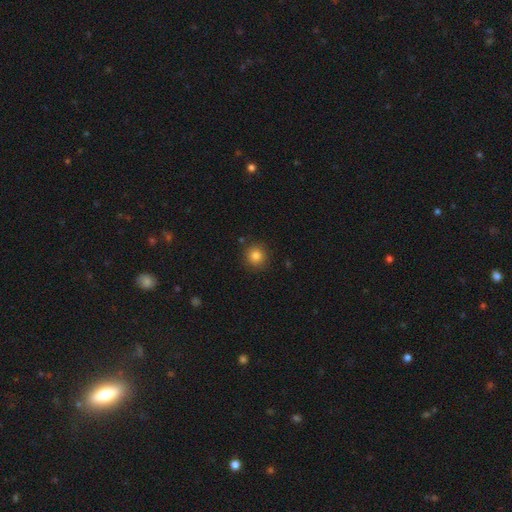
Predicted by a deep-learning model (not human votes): Morphology: type=smooth (82%); roundness=round (93%); merging=none (89%).